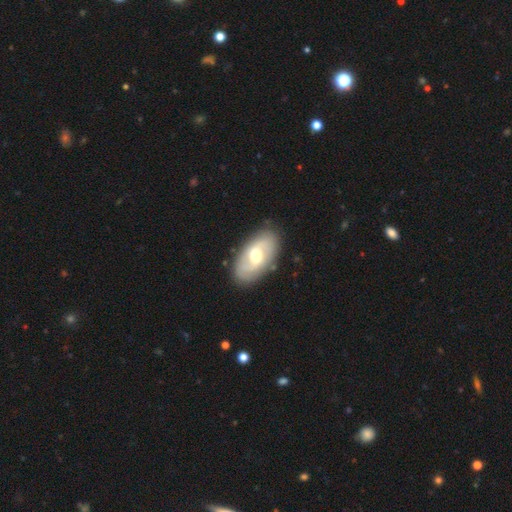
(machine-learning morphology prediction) Smooth or featured? featured or disk (61%)
Edge-on disk? no (92%)
Bar? weak (46%)
Spiral arms? yes (67%)
Bulge size? moderate (70%)
Merging? none (83%)